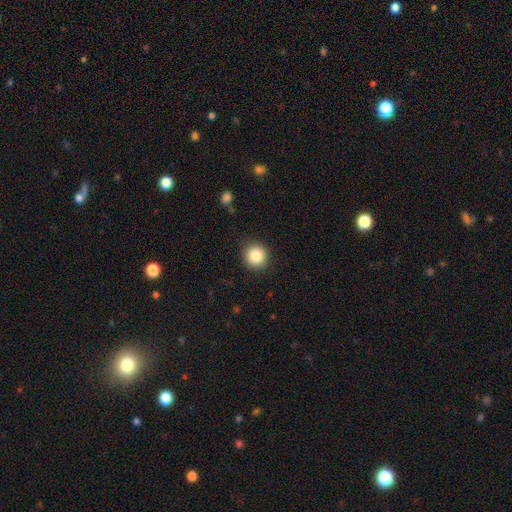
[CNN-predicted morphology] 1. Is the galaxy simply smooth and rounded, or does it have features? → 85% smooth, 9% star or artifact, 5% featured or disk.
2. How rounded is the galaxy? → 93% round, 6% in between, 1% cigar-shaped.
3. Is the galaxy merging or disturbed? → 89% none, 7% minor disturbance, 2% major disturbance, 1% merger.